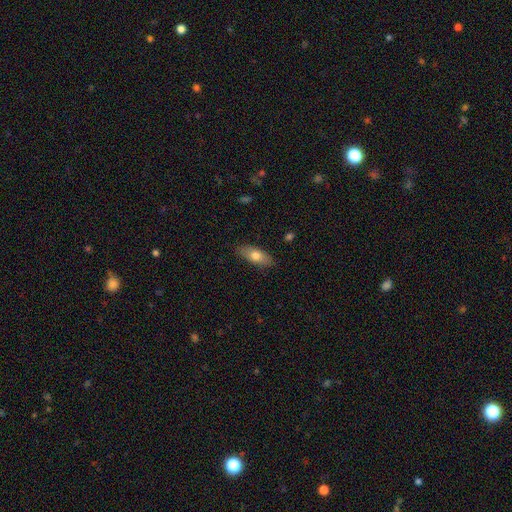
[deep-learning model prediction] Smooth or featured?
  - smooth: 73% *
  - featured or disk: 21%
  - star or artifact: 6%
How rounded?
  - in between: 78% *
  - cigar-shaped: 19%
  - round: 3%
Merging?
  - none: 86% *
  - minor disturbance: 11%
  - major disturbance: 2%
  - merger: 1%